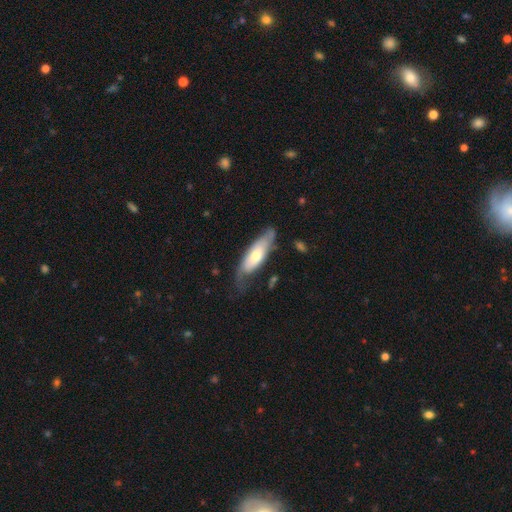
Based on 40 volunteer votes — A smooth galaxy with no disk features (48%) that is in between round and cigar-shaped (63%). Merging: none (46%).